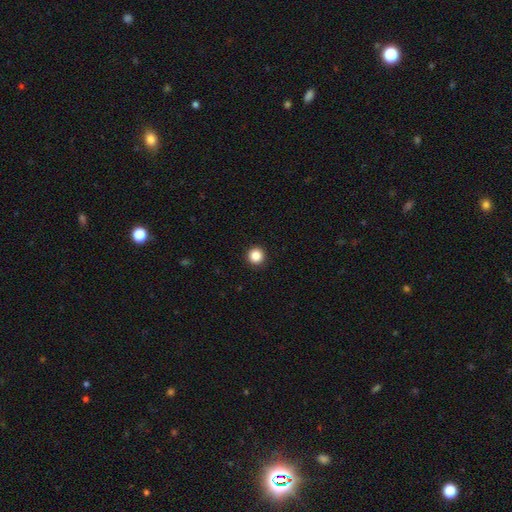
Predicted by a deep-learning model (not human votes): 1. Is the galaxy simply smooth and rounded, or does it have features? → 86% smooth, 10% star or artifact, 3% featured or disk.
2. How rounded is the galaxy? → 96% round, 3% in between, 1% cigar-shaped.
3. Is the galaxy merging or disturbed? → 94% none, 4% minor disturbance, 1% major disturbance, 1% merger.